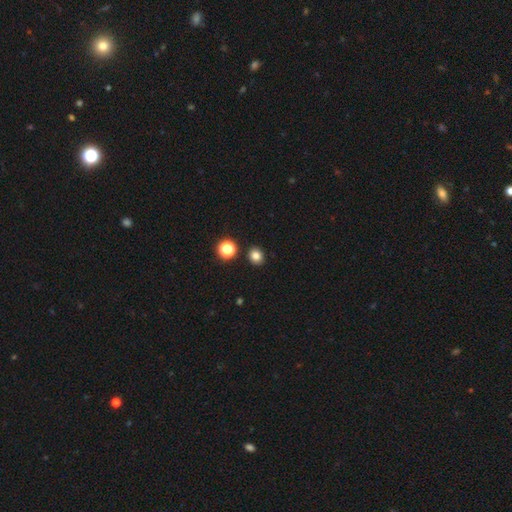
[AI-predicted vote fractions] The model was most divided on "how rounded": round: 75%, in between: 24%, cigar-shaped: 1%. More confident: merging — none (89%); smooth or featured — smooth (81%).